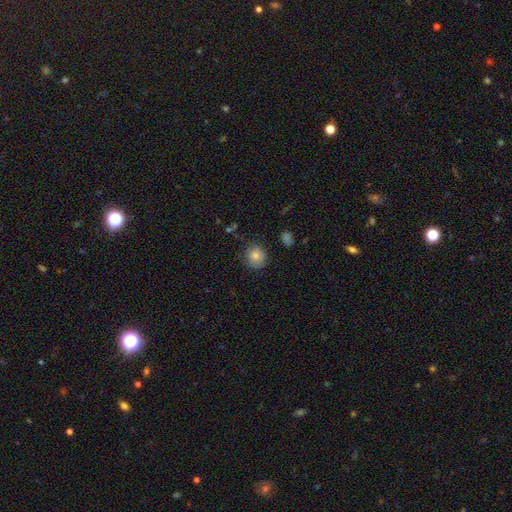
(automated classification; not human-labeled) smooth-or-featured: smooth: 82% | star or artifact: 10% | featured or disk: 8%
  how-rounded: round: 86% | in between: 13% | cigar-shaped: 1%
  merging: none: 81% | minor disturbance: 14% | major disturbance: 3% | merger: 2%